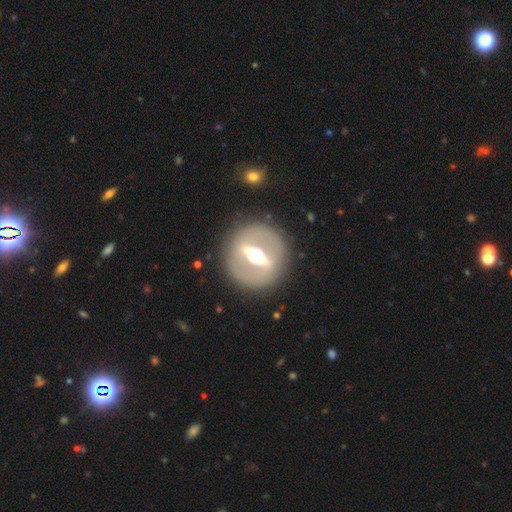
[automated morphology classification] type=featured or disk (78%); edge-on=no (55%); merging=none (87%).